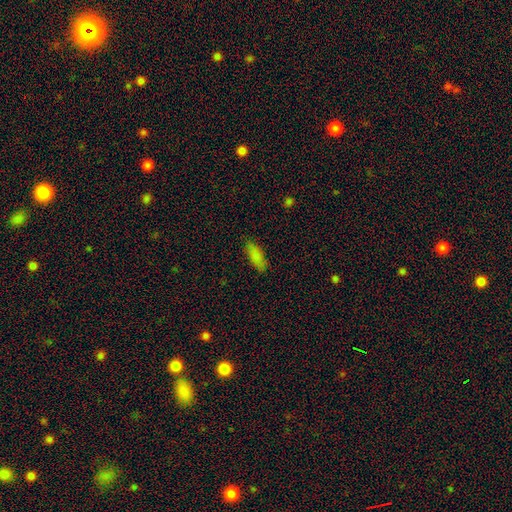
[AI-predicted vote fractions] smooth_or_featured: smooth (p=0.84) [alt: star or artifact p=0.09]
how_rounded: in between (p=0.75) [alt: cigar-shaped p=0.23]
merging: none (p=0.82) [alt: minor disturbance p=0.14]